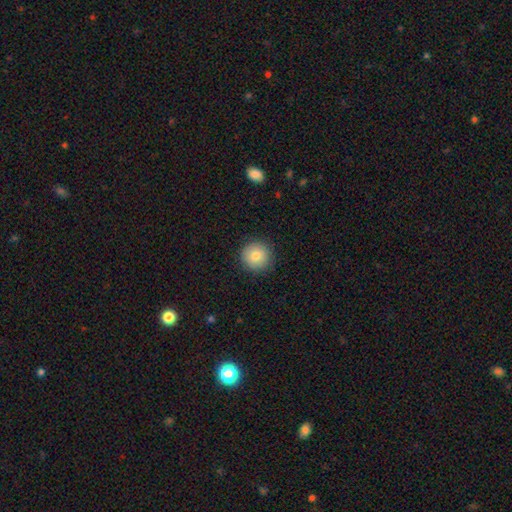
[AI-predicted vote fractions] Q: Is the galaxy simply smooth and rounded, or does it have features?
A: smooth — 82%.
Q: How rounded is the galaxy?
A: round — 95%.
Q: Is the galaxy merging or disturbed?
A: none — 90%.